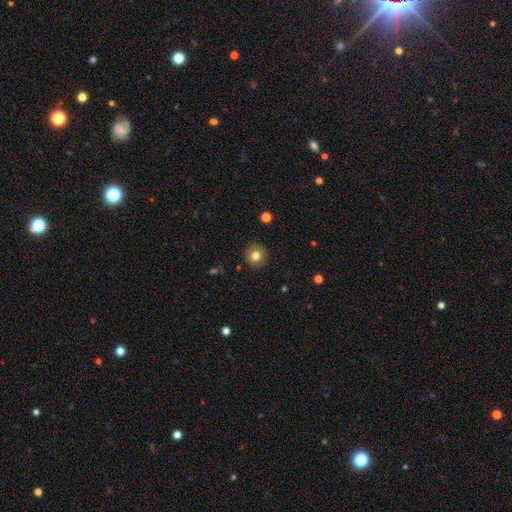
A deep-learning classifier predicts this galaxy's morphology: Smooth or featured? smooth (80%)
How rounded? round (93%)
Merging? none (90%)